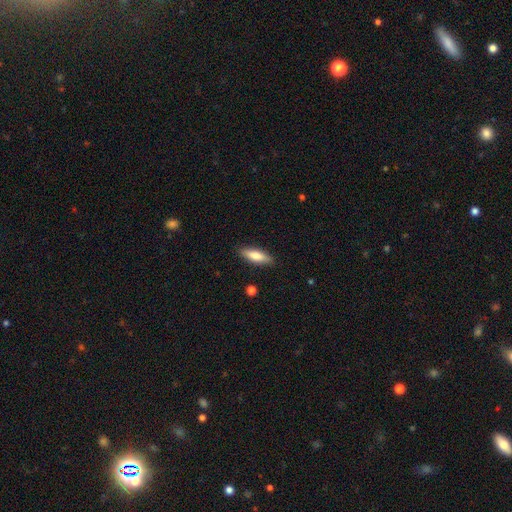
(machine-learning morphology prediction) type=smooth (78%); roundness=cigar-shaped (50%); merging=none (88%).